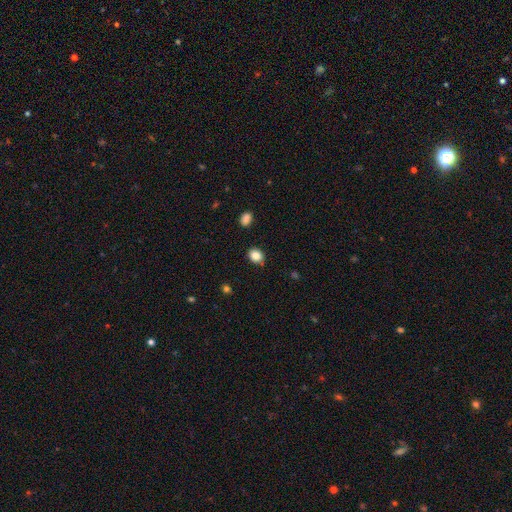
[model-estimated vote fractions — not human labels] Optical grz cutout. It shows a smooth galaxy with no disk features (85%) that is round (57%). Merging: none (82%).